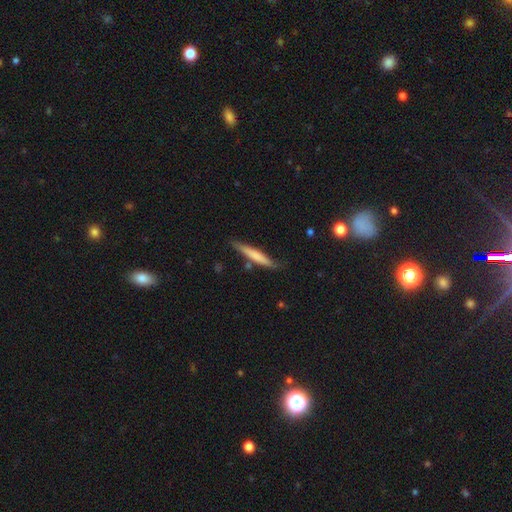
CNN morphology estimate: smooth 66%, featured or disk 28%, star or artifact 5%. Down the decision tree: how rounded — cigar-shaped (93%); merging — none (74%).